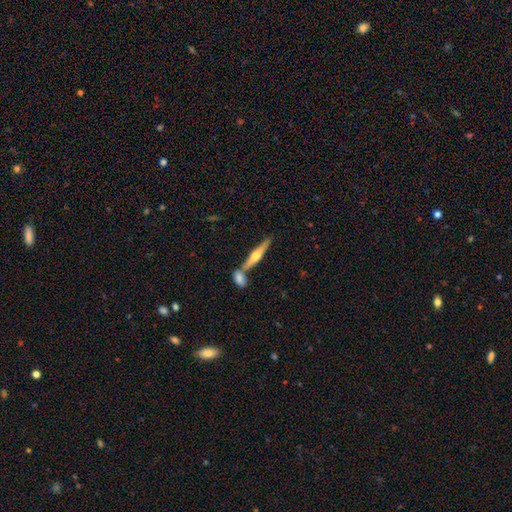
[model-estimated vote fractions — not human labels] This is likely a featured or disk galaxy (63%). It is clearly viewed edge-on (96%). Edge-on bulge: clearly rounded (92%). Merging: likely none (64%).